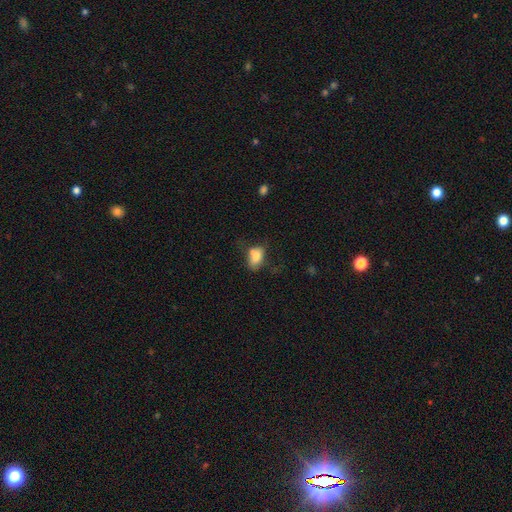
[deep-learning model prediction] smooth 73%, featured or disk 17%, star or artifact 10%. Down the decision tree: how rounded — in between (83%); merging — none (33%).